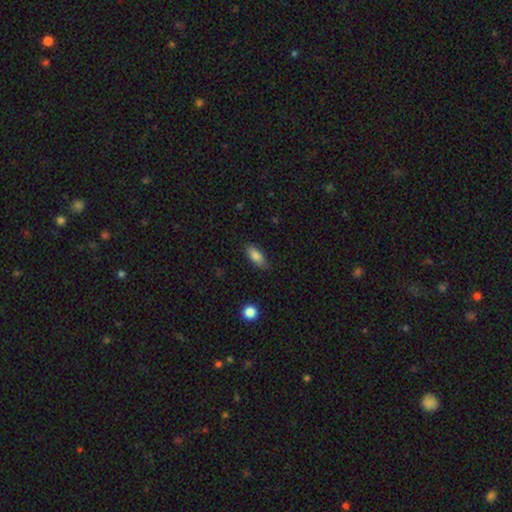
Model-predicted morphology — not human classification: Smooth or featured?
  - smooth: 83% *
  - featured or disk: 10%
  - star or artifact: 7%
How rounded?
  - in between: 80% *
  - cigar-shaped: 17%
  - round: 3%
Merging?
  - none: 81% *
  - minor disturbance: 15%
  - major disturbance: 3%
  - merger: 1%